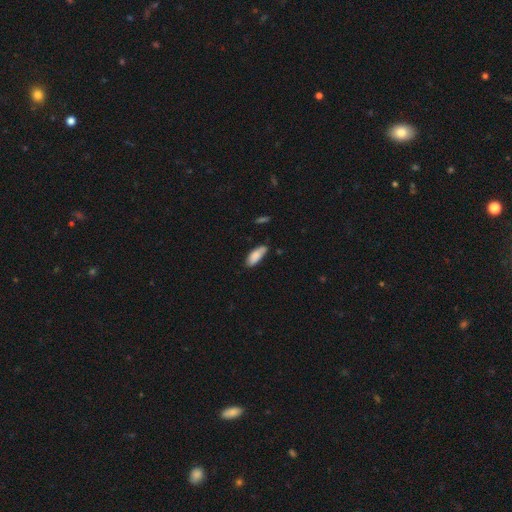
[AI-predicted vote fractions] Q: Smooth or featured?
A: smooth (85%); runner-up: featured or disk (8%)
Q: How rounded?
A: in between (72%); runner-up: cigar-shaped (26%)
Q: Merging?
A: none (69%); runner-up: minor disturbance (25%)